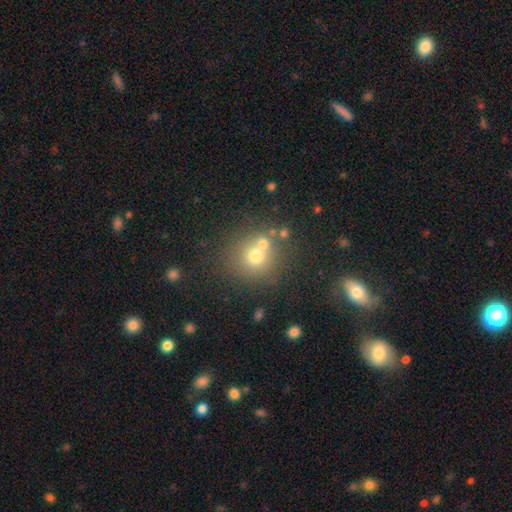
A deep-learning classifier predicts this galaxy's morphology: Smooth or featured: smooth — 67% (featured or disk — 17%)
How rounded: round — 87% (in between — 12%)
Merging: none — 57% (merger — 29%)